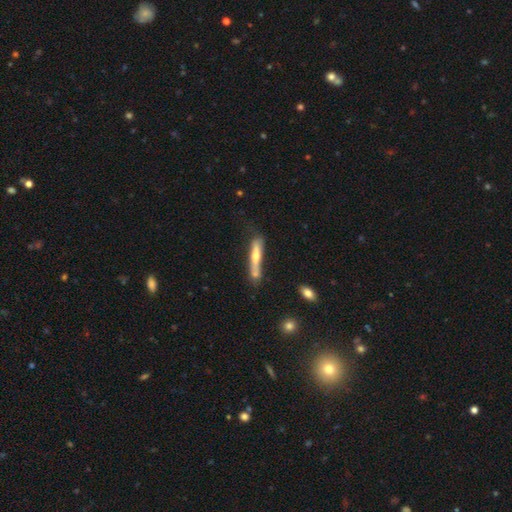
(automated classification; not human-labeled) A smooth galaxy with no disk features (53%) that is cigar-shaped (90%). Merging: none (50%).